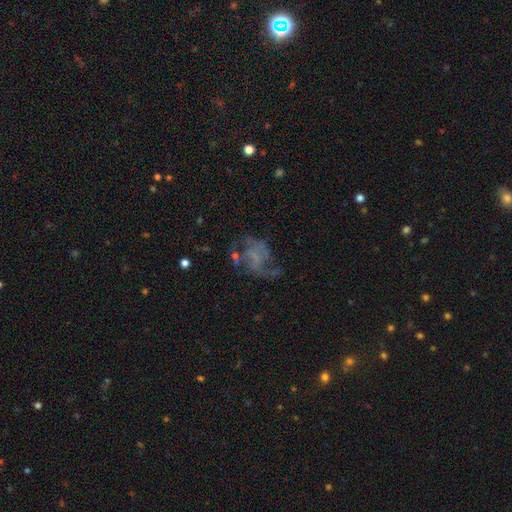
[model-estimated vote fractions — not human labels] smooth_or_featured: featured or disk (p=0.65) [alt: smooth p=0.21]
disk_edge_on: no (p=0.98) [alt: yes p=0.02]
bar: no (p=0.69) [alt: weak p=0.25]
has_spiral_arms: yes (p=0.69) [alt: no p=0.31]
bulge_size: none (p=0.69) [alt: small p=0.18]
merging: none (p=0.43) [alt: major disturbance p=0.33]